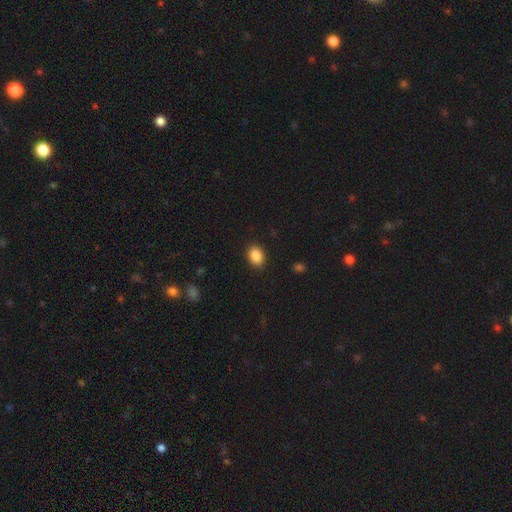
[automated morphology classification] Smooth or featured: smooth — 89% (star or artifact — 8%)
How rounded: in between — 77% (round — 21%)
Merging: none — 89% (minor disturbance — 8%)